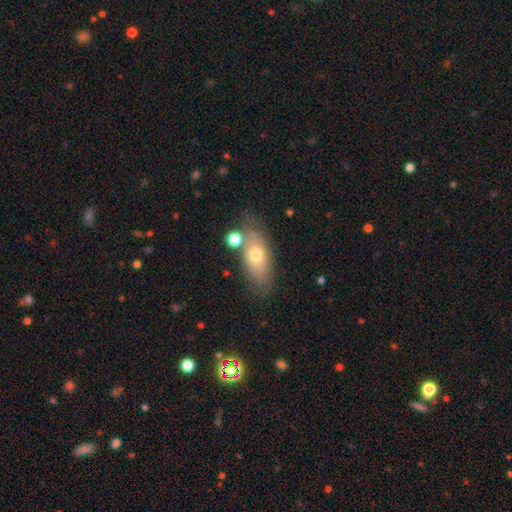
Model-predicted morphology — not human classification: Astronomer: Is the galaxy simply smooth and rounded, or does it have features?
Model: smooth — 65%.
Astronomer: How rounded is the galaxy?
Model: in between — 81%.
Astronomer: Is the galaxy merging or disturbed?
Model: none — 69%.